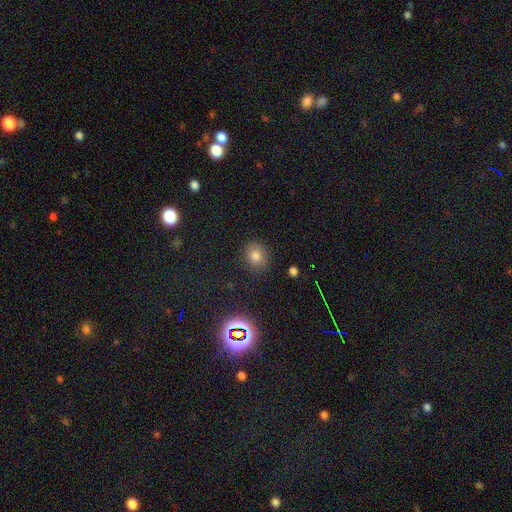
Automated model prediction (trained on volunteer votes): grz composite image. It shows a smooth galaxy with no disk features (76%) that is round (67%). Merging: none (86%).